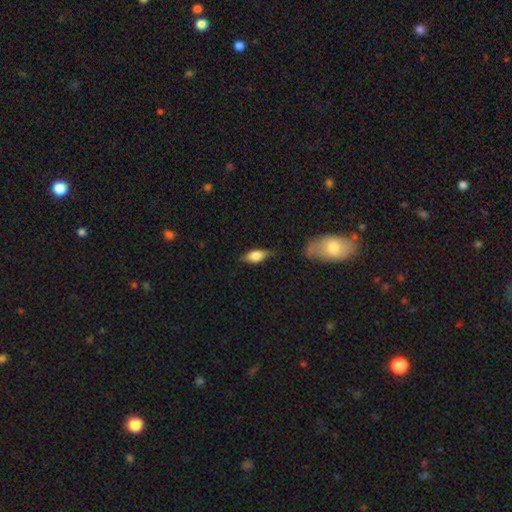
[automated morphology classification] smooth_or_featured: smooth (p=0.63) [alt: featured or disk p=0.29]
how_rounded: in between (p=0.76) [alt: cigar-shaped p=0.20]
merging: none (p=0.71) [alt: minor disturbance p=0.21]